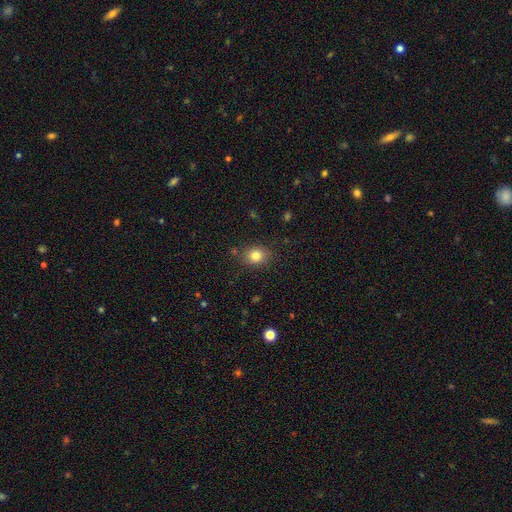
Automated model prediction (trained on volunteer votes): A smooth galaxy with no disk features (81%) that is round (66%). Merging: none (85%).